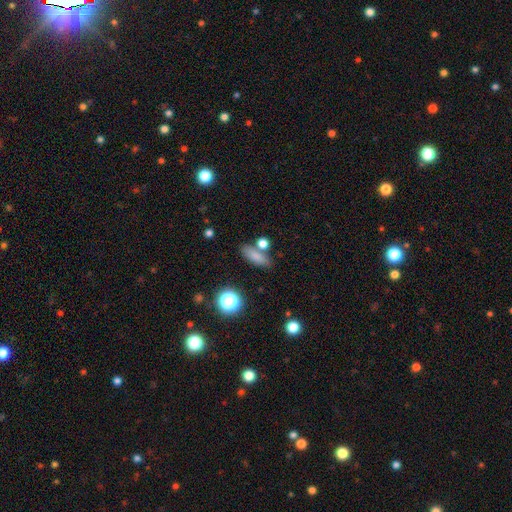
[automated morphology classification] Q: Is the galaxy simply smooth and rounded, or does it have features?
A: smooth — 79%.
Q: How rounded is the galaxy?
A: in between — 59%.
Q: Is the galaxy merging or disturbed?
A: none — 68%.